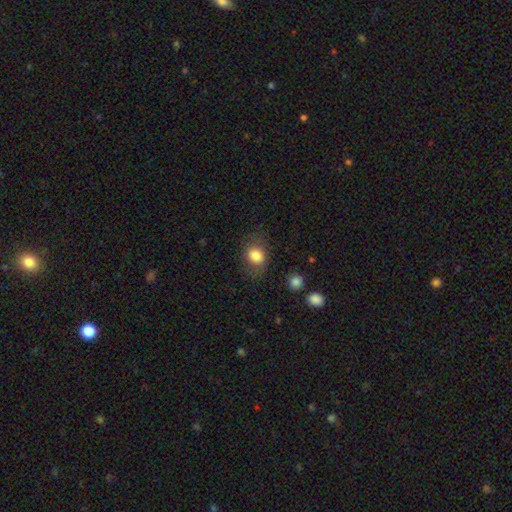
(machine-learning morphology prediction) Smooth or featured?
  - smooth: 83% *
  - featured or disk: 9%
  - star or artifact: 8%
How rounded?
  - round: 56% *
  - in between: 43%
  - cigar-shaped: 1%
Merging?
  - none: 70% *
  - minor disturbance: 18%
  - major disturbance: 10%
  - merger: 2%